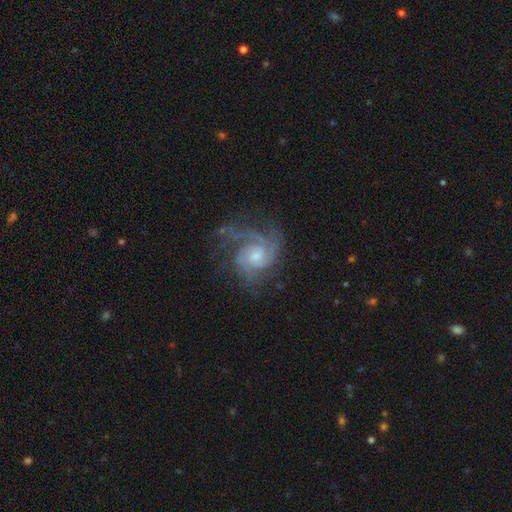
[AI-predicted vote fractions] A featured or disk galaxy (88%) with no bar (55%), 2 (31%, tied with 3) tight (46%) spiral arms (97%) and a small central bulge (49%). Merging: none (59%).